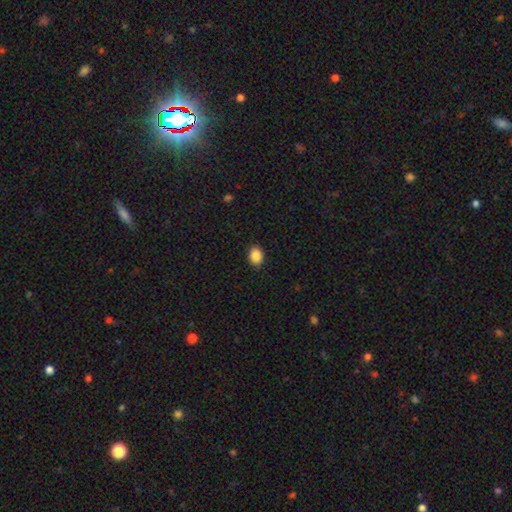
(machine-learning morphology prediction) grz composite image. It shows a smooth galaxy with no disk features (88%) that is in between round and cigar-shaped (62%). Merging: none (89%).